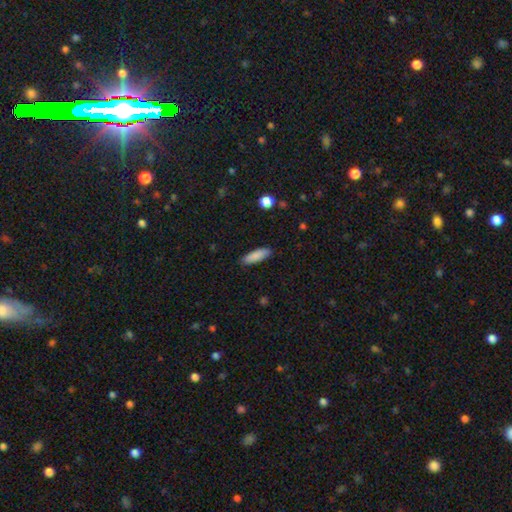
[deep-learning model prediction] A smooth galaxy with no disk features (86%) that is cigar-shaped (56%).

Vote fractions:
- Smooth or featured? smooth: 86% / featured or disk: 7% / star or artifact: 6%
- How rounded? cigar-shaped: 56% / in between: 43% / round: 2%
- Merging? none: 88% / minor disturbance: 9% / major disturbance: 2% / merger: 1%